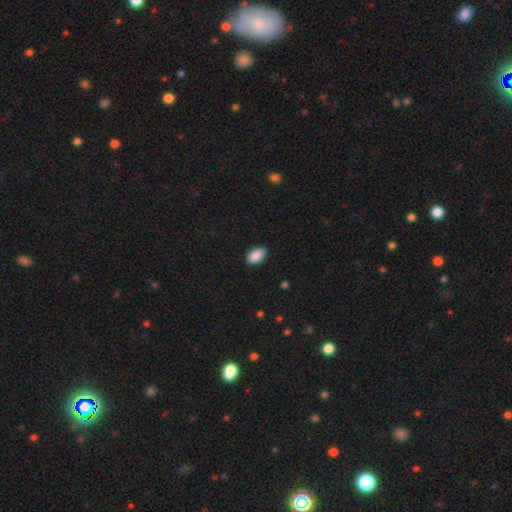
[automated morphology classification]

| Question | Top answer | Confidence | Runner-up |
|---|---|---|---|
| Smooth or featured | smooth | 89% | star or artifact (7%) |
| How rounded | in between | 93% | round (6%) |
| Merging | none | 84% | minor disturbance (13%) |